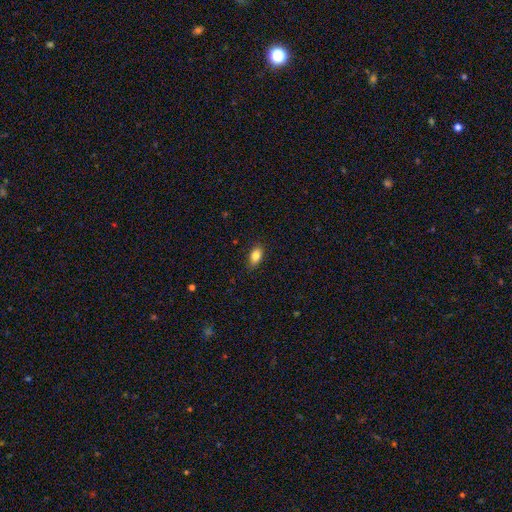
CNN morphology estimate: smooth-or-featured: smooth: 84% | featured or disk: 8% | star or artifact: 8%
  how-rounded: in between: 88% | round: 7% | cigar-shaped: 4%
  merging: none: 84% | minor disturbance: 12% | major disturbance: 2% | merger: 1%